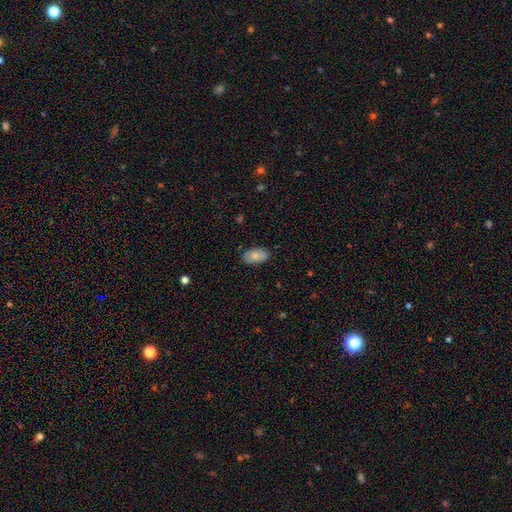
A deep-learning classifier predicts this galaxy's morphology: Smooth or featured?
  - smooth: 78% *
  - featured or disk: 15%
  - star or artifact: 7%
How rounded?
  - in between: 93% *
  - round: 5%
  - cigar-shaped: 2%
Merging?
  - none: 83% *
  - minor disturbance: 13%
  - major disturbance: 2%
  - merger: 1%